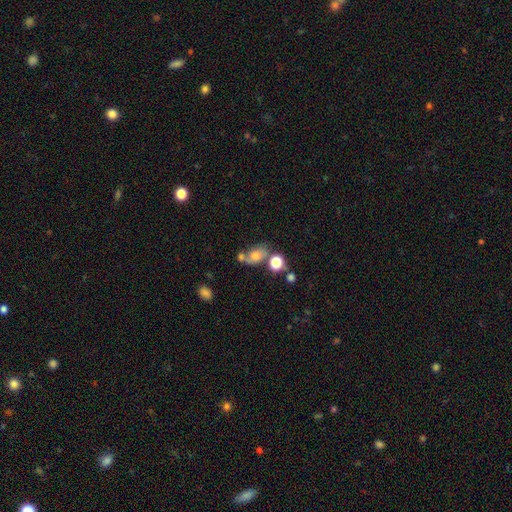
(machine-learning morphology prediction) The model was most divided on "merging": none: 37%, merger: 36%, minor disturbance: 16%, major disturbance: 11%. More confident: how rounded — in between (65%); smooth or featured — smooth (62%).